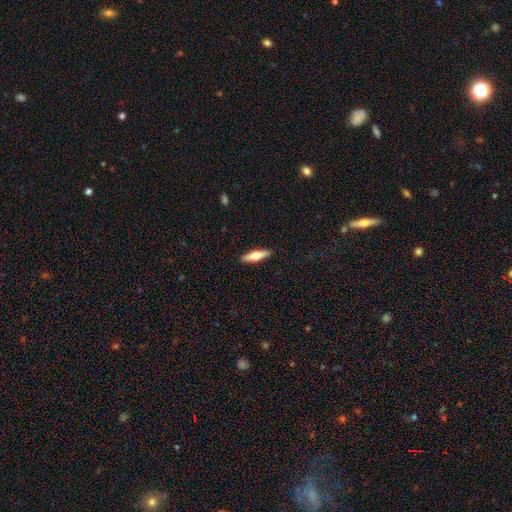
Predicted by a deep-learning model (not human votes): Morphology: type=smooth (48%); merging=none (91%).